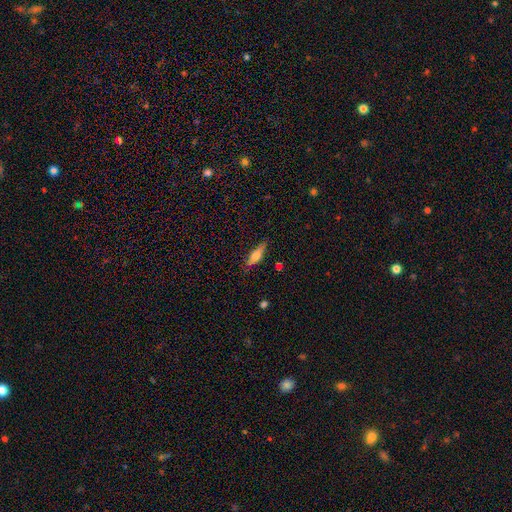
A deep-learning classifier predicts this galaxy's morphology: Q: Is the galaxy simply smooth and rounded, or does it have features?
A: smooth — 64%.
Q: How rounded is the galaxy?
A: cigar-shaped — 50%.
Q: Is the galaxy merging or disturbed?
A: none — 77%.